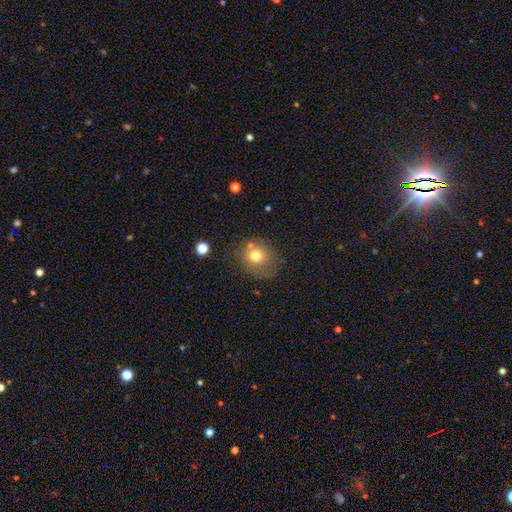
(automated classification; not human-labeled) smooth-or-featured: smooth: 74% | featured or disk: 14% | star or artifact: 12%
  how-rounded: round: 72% | in between: 27% | cigar-shaped: 1%
  merging: none: 68% | minor disturbance: 18% | merger: 7% | major disturbance: 7%